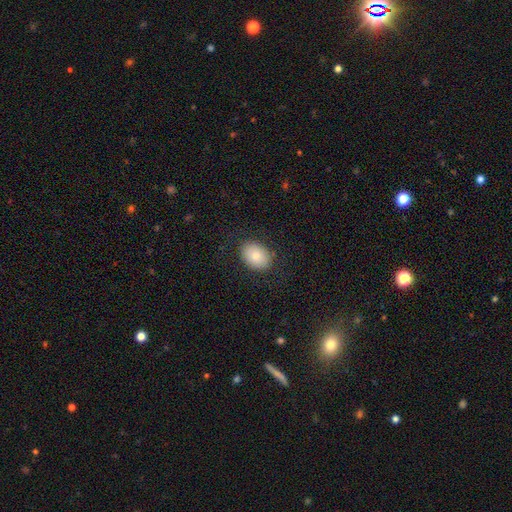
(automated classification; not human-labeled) smooth-or-featured: smooth: 76% | featured or disk: 14% | star or artifact: 10%
  how-rounded: in between: 71% | round: 28% | cigar-shaped: 1%
  merging: none: 85% | minor disturbance: 10% | major disturbance: 4% | merger: 1%